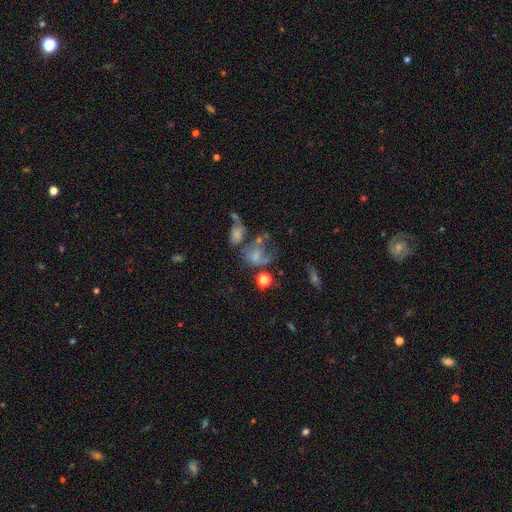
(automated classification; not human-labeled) Q: Smooth or featured?
A: smooth (48%); runner-up: featured or disk (33%)
Q: Merging?
A: major disturbance (31%); tied with: merger (31%)